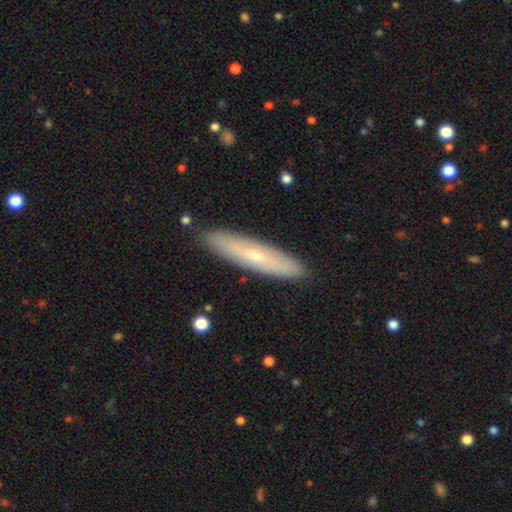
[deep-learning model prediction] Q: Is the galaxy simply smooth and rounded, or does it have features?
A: featured or disk — 47%, tied with smooth.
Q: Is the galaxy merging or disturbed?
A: none — 89%.